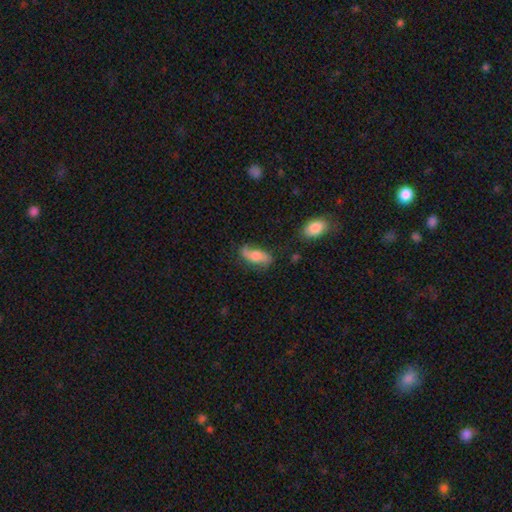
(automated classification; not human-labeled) This is possibly a smooth galaxy (49%). Merging: likely none (61%).